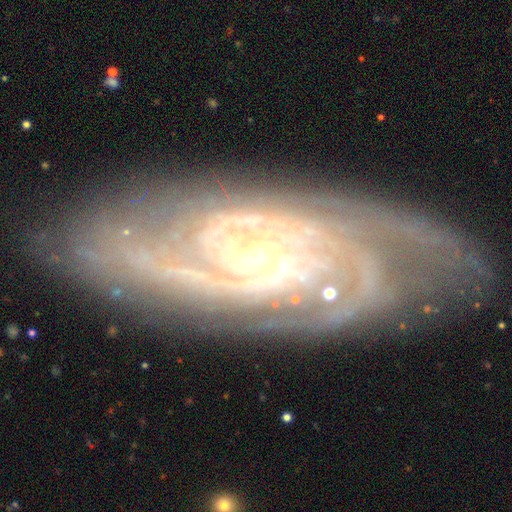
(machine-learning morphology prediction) featured or disk 91%, star or artifact 5%, smooth 4%. Down the decision tree: edge-on disk — no (94%); bar — no (58%); spiral arms — yes (98%); spiral arm count — 2 (28%); spiral winding — tight (68%); bulge size — small (76%); merging — none (79%).